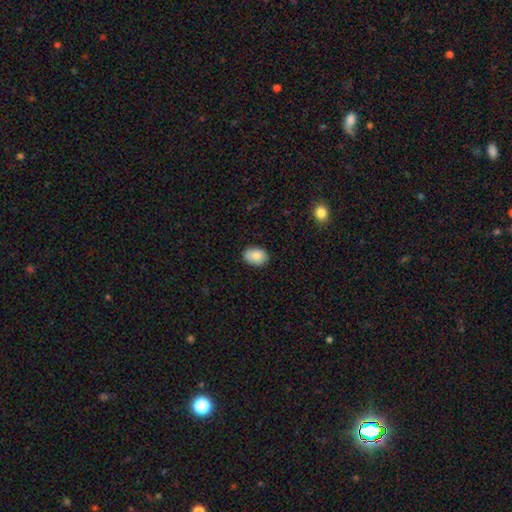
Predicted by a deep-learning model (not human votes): Smooth or featured?
  - smooth: 85% *
  - featured or disk: 8%
  - star or artifact: 7%
How rounded?
  - in between: 77% *
  - round: 22%
  - cigar-shaped: 1%
Merging?
  - none: 83% *
  - minor disturbance: 13%
  - major disturbance: 2%
  - merger: 1%